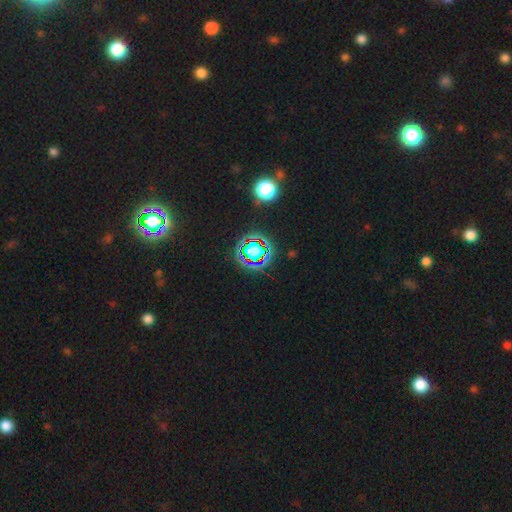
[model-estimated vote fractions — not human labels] Smooth or featured?
  - star or artifact: 79% *
  - smooth: 13%
  - featured or disk: 8%